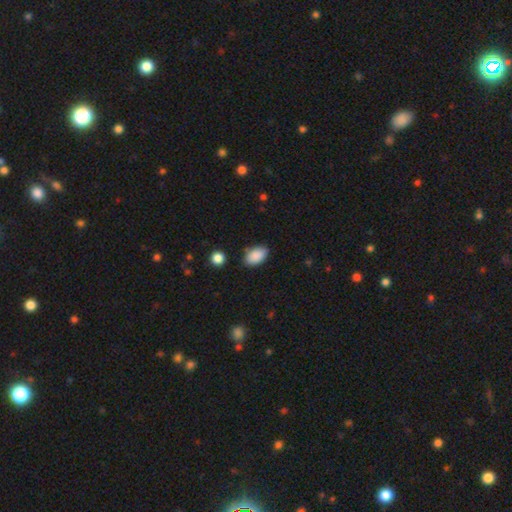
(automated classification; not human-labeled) Smooth or featured? Predicted: smooth (p=0.89). How rounded? Predicted: in between (p=0.91). Merging? Predicted: none (p=0.81).